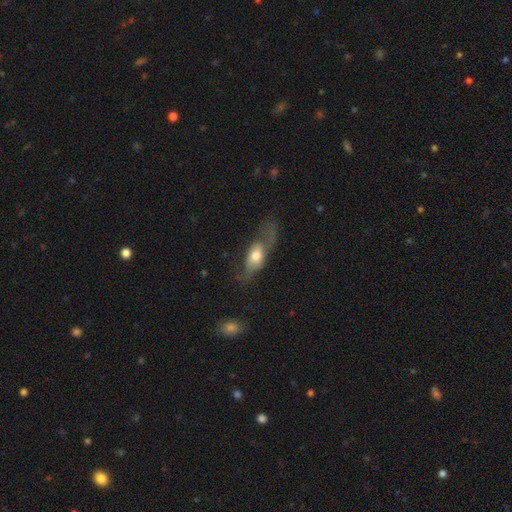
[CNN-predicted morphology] A smooth galaxy with no disk features (57%) that is in between round and cigar-shaped (76%).

Vote fractions:
- Smooth or featured? smooth: 57% / featured or disk: 36% / star or artifact: 7%
- How rounded? in between: 76% / cigar-shaped: 16% / round: 8%
- Merging? major disturbance: 41% / none: 32% / minor disturbance: 24% / merger: 3%